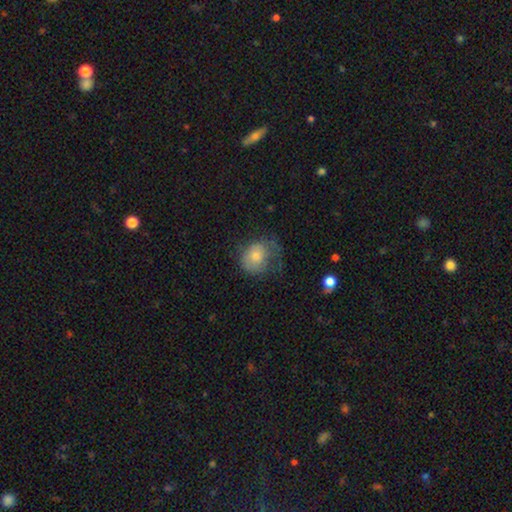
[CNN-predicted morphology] The model was most divided on "merging": none: 41%, major disturbance: 29%, minor disturbance: 28%, merger: 2%. More confident: smooth or featured — smooth (64%); how rounded — round (62%).